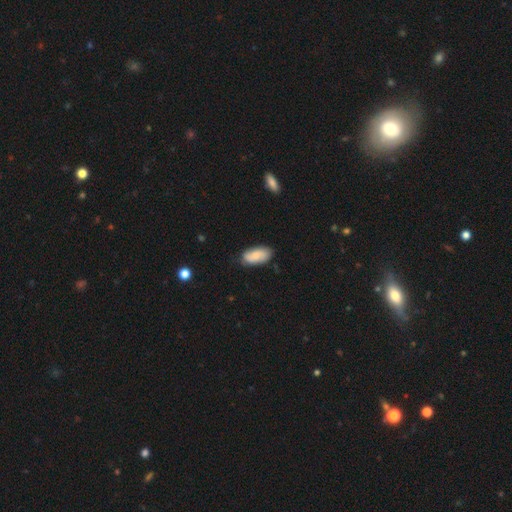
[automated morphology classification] smooth-or-featured: smooth: 78% | featured or disk: 16% | star or artifact: 6%
  how-rounded: in between: 93% | cigar-shaped: 5% | round: 2%
  merging: none: 77% | minor disturbance: 18% | major disturbance: 3% | merger: 1%